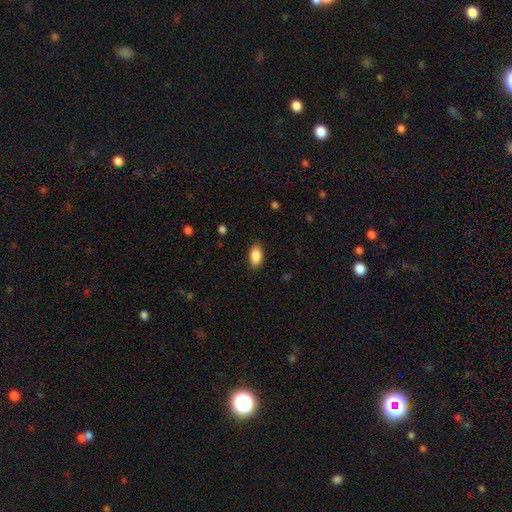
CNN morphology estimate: type=smooth (89%); roundness=in between (93%); merging=none (88%).